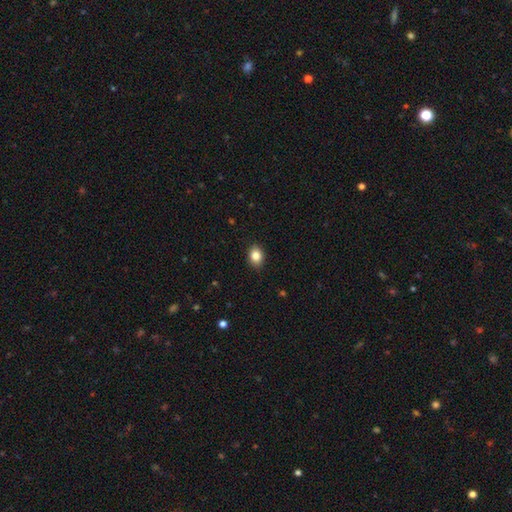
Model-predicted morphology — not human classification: The model was most divided on "how rounded": in between: 61%, round: 39%, cigar-shaped: 1%. More confident: merging — none (89%); smooth or featured — smooth (85%).